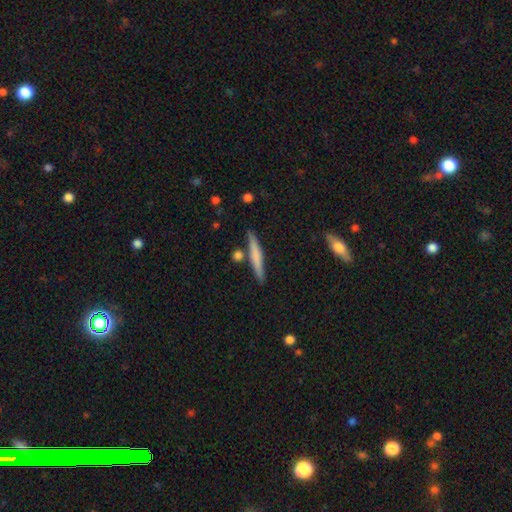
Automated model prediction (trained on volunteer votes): This is likely a smooth galaxy (61%). How rounded: clearly cigar-shaped (94%). Merging: clearly none (82%).